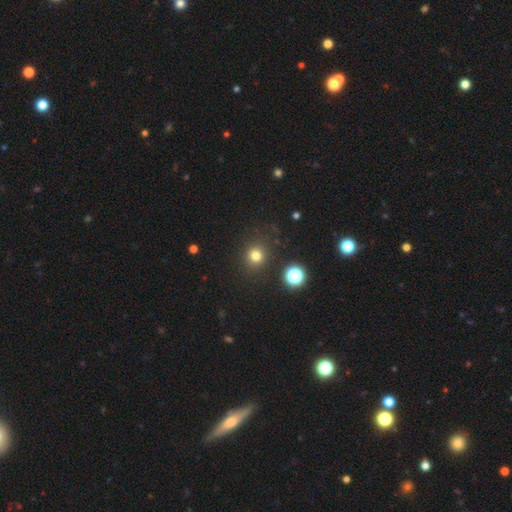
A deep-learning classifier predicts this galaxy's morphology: smooth_or_featured: smooth (p=0.77) [alt: star or artifact p=0.17]
how_rounded: round (p=0.88) [alt: in between p=0.11]
merging: none (p=0.85) [alt: minor disturbance p=0.08]